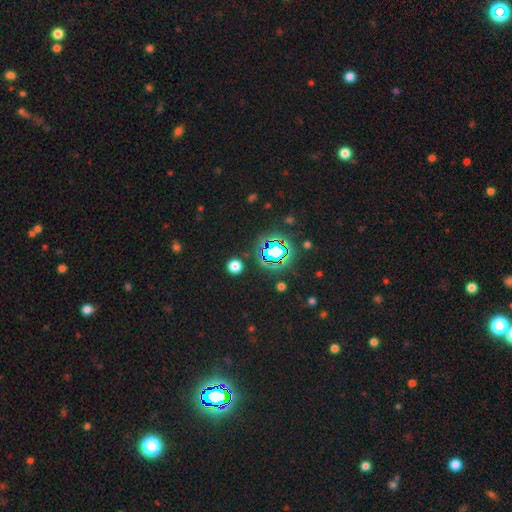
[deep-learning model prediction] A star or artifact, not a galaxy (81%).